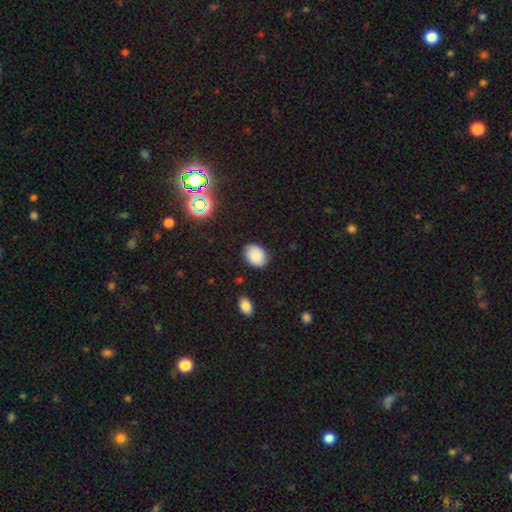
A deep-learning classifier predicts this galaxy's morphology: This appears to be a smooth galaxy with no disk features (83%) that is in between round and cigar-shaped (60%). Merging: none (82%).